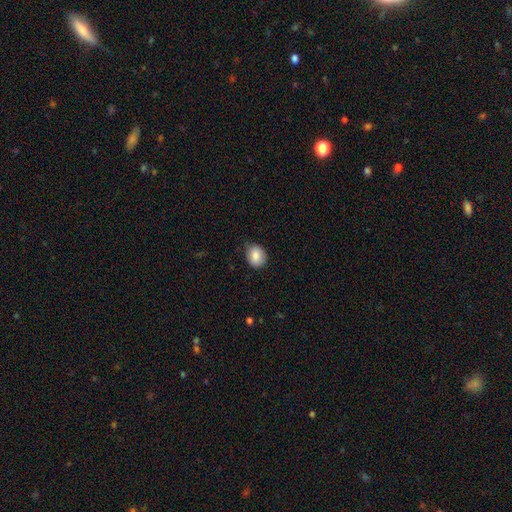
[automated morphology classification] type=smooth (85%); roundness=round (59%); merging=none (74%).